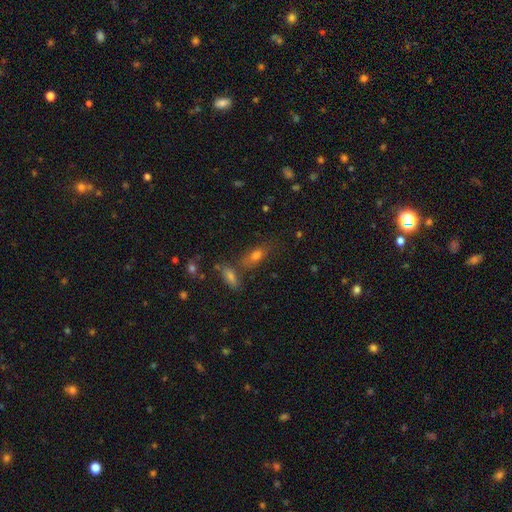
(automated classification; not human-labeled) Smooth or featured?
  - smooth: 63% *
  - star or artifact: 20%
  - featured or disk: 17%
How rounded?
  - in between: 74% *
  - cigar-shaped: 16%
  - round: 10%
Merging?
  - none: 57% *
  - merger: 26%
  - minor disturbance: 12%
  - major disturbance: 6%